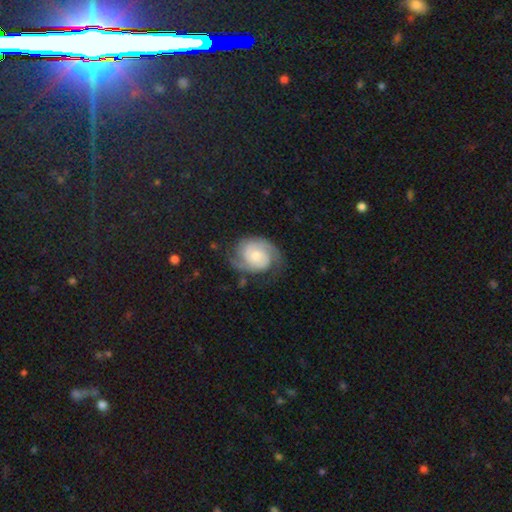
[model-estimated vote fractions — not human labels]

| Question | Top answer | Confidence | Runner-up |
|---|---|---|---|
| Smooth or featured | featured or disk | 84% | smooth (11%) |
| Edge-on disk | no | 98% | yes (2%) |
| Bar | no | 68% | weak (27%) |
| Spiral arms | yes | 97% | no (3%) |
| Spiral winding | tight | 47% | medium (41%) |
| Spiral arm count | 2 | 86% | can't tell (5%) |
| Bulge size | small | 44% | moderate (42%) |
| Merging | none | 71% | minor disturbance (18%) |